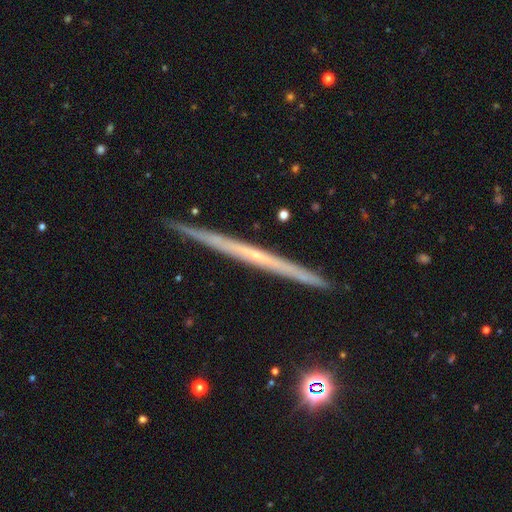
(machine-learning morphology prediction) Smooth or featured? Predicted: featured or disk (p=0.70). Edge-on disk? Predicted: yes (p=0.98). Edge-on bulge? Predicted: none (p=0.84). Merging? Predicted: none (p=0.91).